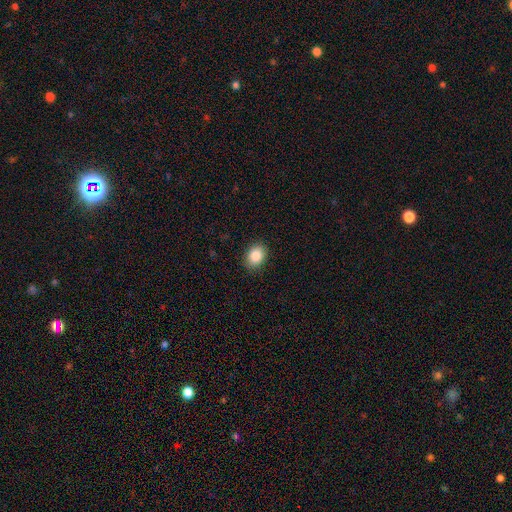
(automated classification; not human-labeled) Smooth or featured?
  - smooth: 86% *
  - star or artifact: 9%
  - featured or disk: 6%
How rounded?
  - in between: 62% *
  - round: 37%
  - cigar-shaped: 1%
Merging?
  - none: 89% *
  - minor disturbance: 8%
  - major disturbance: 2%
  - merger: 1%